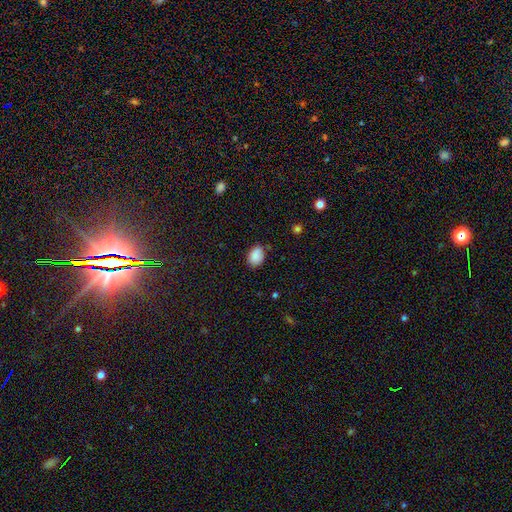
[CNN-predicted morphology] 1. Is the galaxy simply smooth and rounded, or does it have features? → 88% smooth, 8% star or artifact, 4% featured or disk.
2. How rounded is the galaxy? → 74% in between, 25% round, 1% cigar-shaped.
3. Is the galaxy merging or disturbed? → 77% none, 18% minor disturbance, 3% major disturbance, 2% merger.